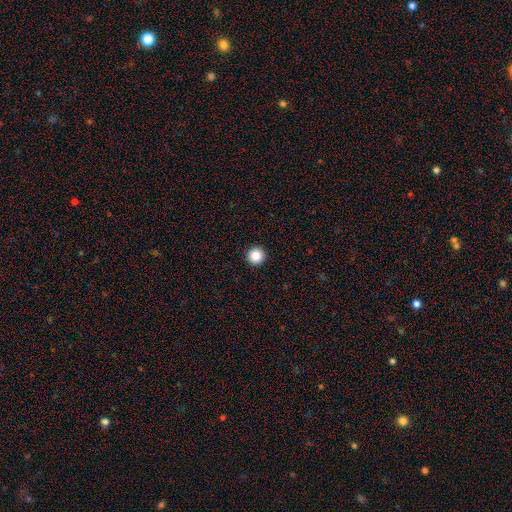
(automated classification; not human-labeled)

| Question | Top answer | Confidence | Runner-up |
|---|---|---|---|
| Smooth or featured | smooth | 85% | star or artifact (10%) |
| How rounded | round | 97% | in between (2%) |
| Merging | none | 94% | minor disturbance (4%) |